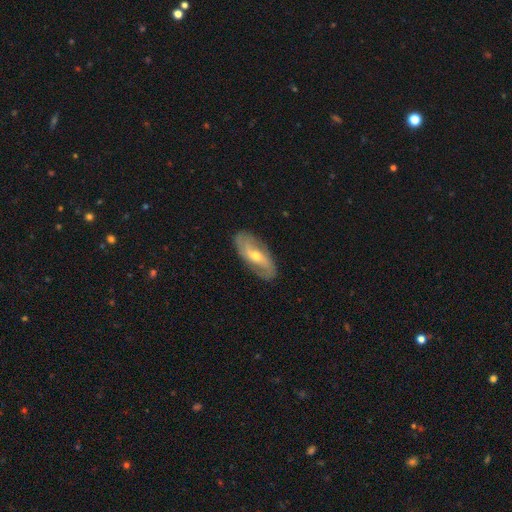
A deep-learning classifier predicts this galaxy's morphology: Overall: featured or disk (75%). Edge-on disk: no (88%). Bar: no (39%; weak 38%). Spiral arms: yes (86%). Spiral arm count: 2 (80%). Spiral winding: loose (41%; medium 36%). Bulge size: moderate (52%; small 44%). Merging: none (83%).